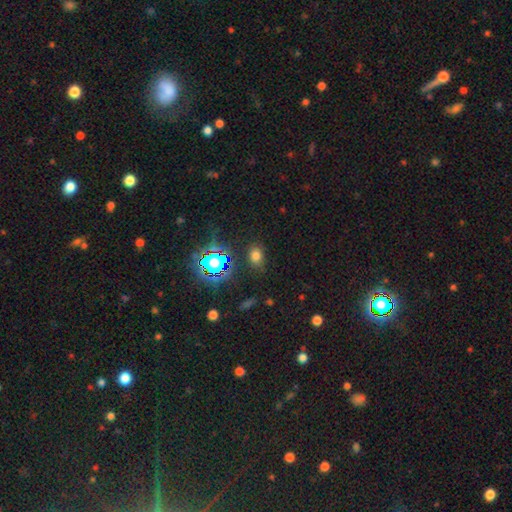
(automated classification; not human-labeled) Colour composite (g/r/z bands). It shows a smooth galaxy with no disk features (67%) that is in between round and cigar-shaped (71%). Merging: none (81%).